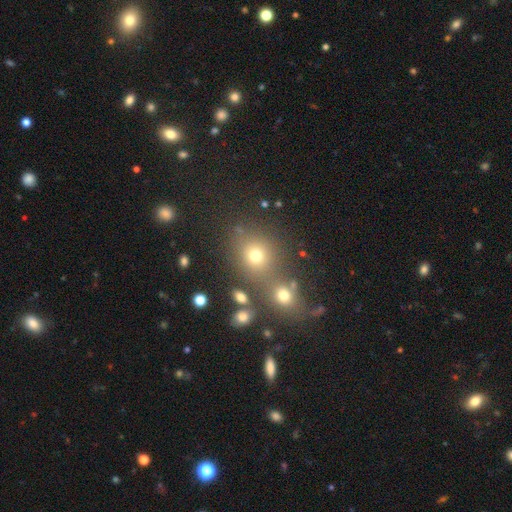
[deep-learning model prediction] Smooth or featured?
  - smooth: 70% *
  - star or artifact: 20%
  - featured or disk: 10%
How rounded?
  - round: 76% *
  - in between: 22%
  - cigar-shaped: 1%
Merging?
  - none: 62% *
  - merger: 23%
  - minor disturbance: 10%
  - major disturbance: 5%